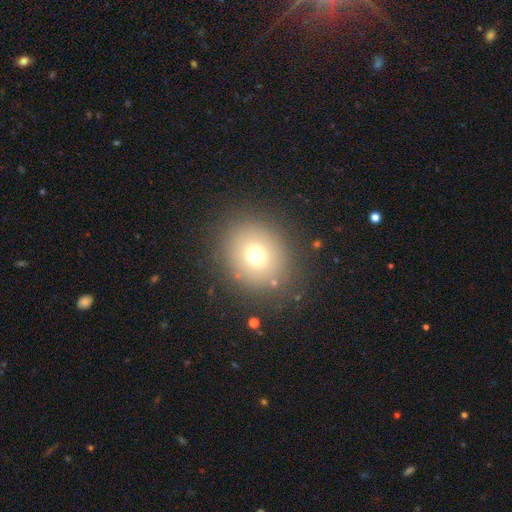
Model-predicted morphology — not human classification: type=smooth (69%); roundness=round (78%); merging=none (84%).